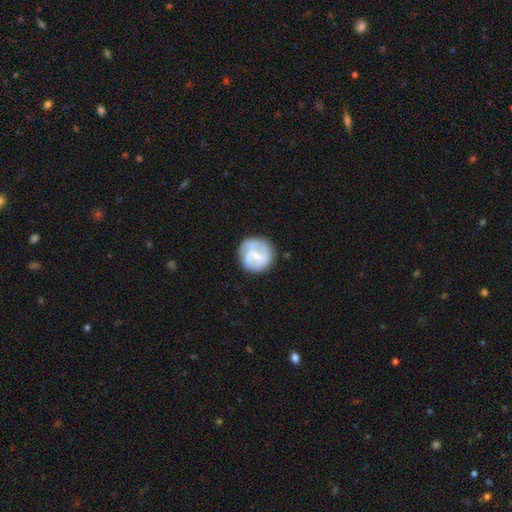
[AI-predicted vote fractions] Overall: featured or disk (54%; smooth 39%). Edge-on disk: no (98%). Bar: weak (44%; no 38%). Spiral arms: yes (51%; no 49%). Bulge size: small (43%; moderate 37%). Merging: none (69%).